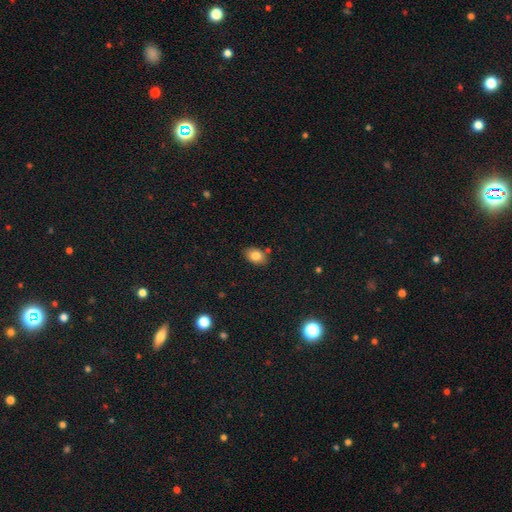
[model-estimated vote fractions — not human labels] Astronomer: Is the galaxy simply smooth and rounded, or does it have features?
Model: smooth — 82%.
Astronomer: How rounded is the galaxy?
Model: in between — 77%.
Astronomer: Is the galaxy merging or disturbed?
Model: none — 82%.